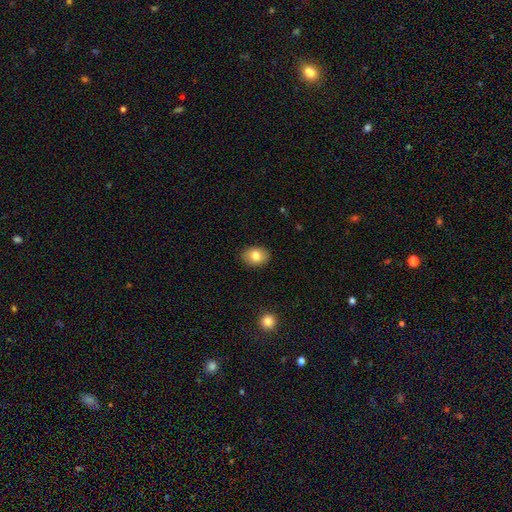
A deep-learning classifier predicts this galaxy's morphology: Smooth or featured: smooth — 81% (featured or disk — 11%)
How rounded: in between — 70% (round — 29%)
Merging: none — 88% (minor disturbance — 9%)